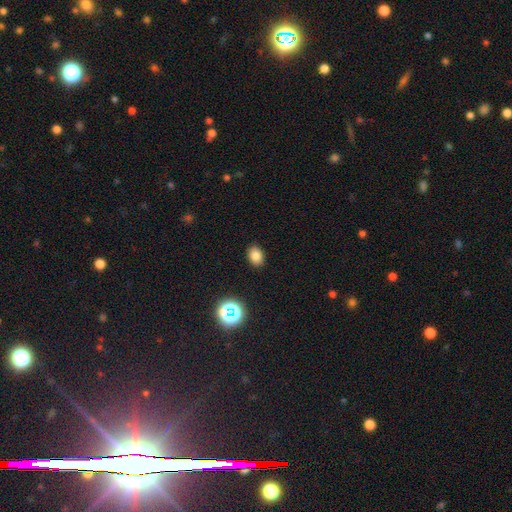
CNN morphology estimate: The model was most divided on "how rounded": in between: 72%, round: 27%, cigar-shaped: 1%. More confident: merging — none (89%); smooth or featured — smooth (80%).